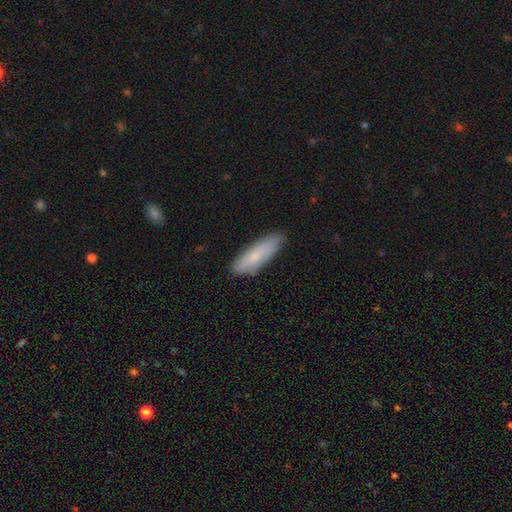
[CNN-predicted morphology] A smooth galaxy with no disk features (76%) that is cigar-shaped (58%). Merging: none (81%).